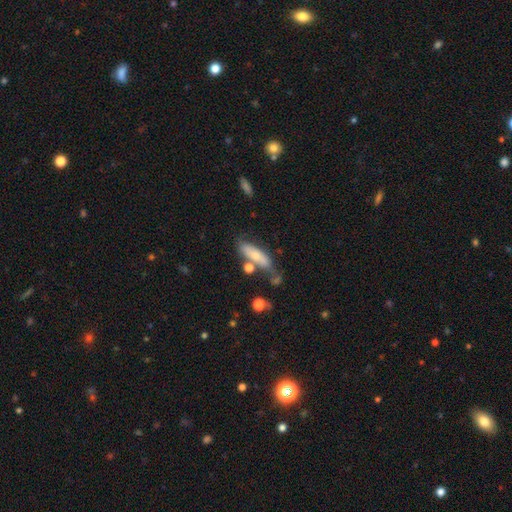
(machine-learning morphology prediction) A smooth galaxy with no disk features (66%) that is in between round and cigar-shaped (51%).

Vote fractions:
- Smooth or featured? smooth: 66% / featured or disk: 28% / star or artifact: 7%
- How rounded? in between: 51% / cigar-shaped: 46% / round: 3%
- Merging? none: 54% / minor disturbance: 22% / merger: 16% / major disturbance: 8%